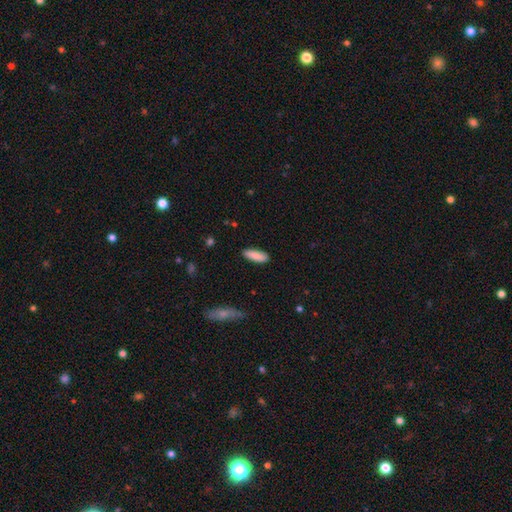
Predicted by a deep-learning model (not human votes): Overall: smooth (87%). How rounded: in between (62%; cigar-shaped 37%). Merging: none (88%).